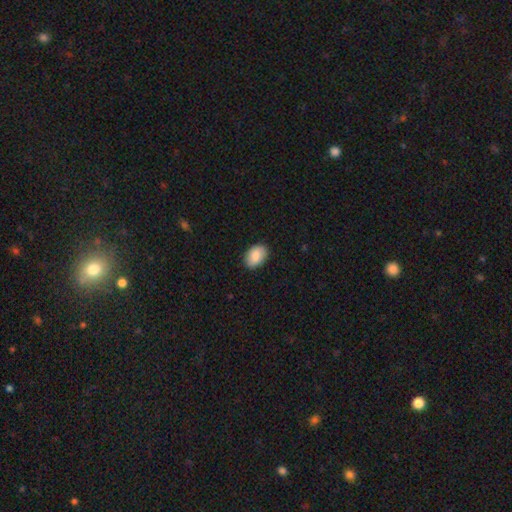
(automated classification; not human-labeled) Q: Smooth or featured?
A: smooth (87%); runner-up: featured or disk (7%)
Q: How rounded?
A: in between (85%); runner-up: round (13%)
Q: Merging?
A: none (86%); runner-up: minor disturbance (11%)